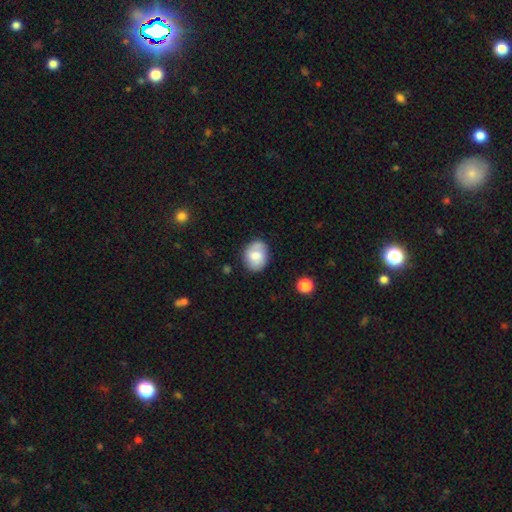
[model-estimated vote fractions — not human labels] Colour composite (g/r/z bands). It shows a smooth galaxy with no disk features (64%) that is in between round and cigar-shaped (54%). Merging: none (71%).